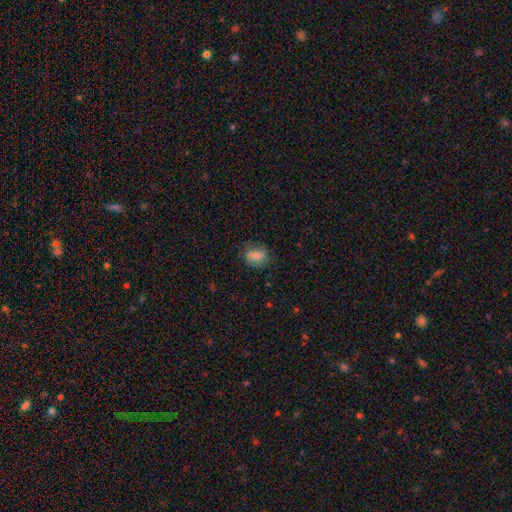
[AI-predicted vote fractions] smooth_or_featured: smooth (p=0.72) [alt: featured or disk p=0.19]
how_rounded: in between (p=0.52) [alt: round p=0.46]
merging: none (p=0.71) [alt: minor disturbance p=0.21]